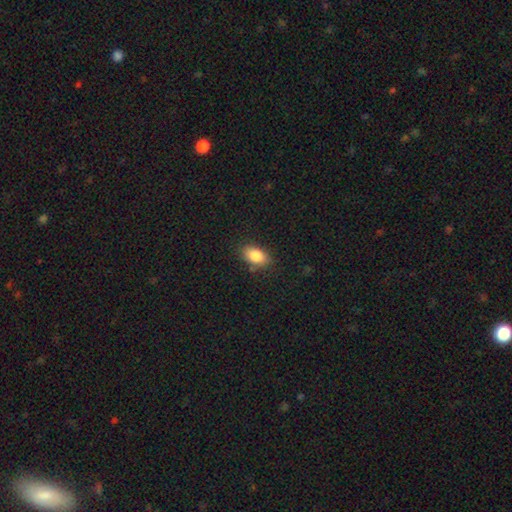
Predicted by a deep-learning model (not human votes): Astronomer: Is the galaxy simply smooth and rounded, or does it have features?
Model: smooth — 86%.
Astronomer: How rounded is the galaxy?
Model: in between — 88%.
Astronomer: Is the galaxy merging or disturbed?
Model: none — 80%.